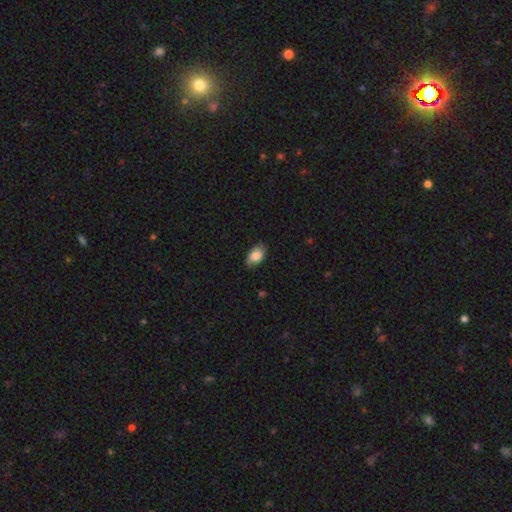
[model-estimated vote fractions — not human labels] This is clearly a smooth galaxy (86%). How rounded: clearly in between (91%). Merging: clearly none (81%).